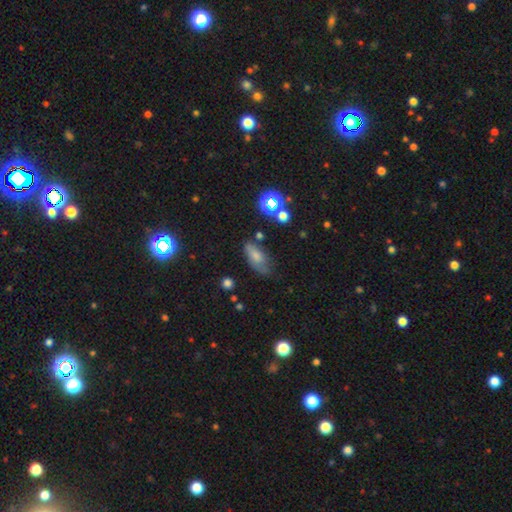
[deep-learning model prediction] This is likely a smooth galaxy (68%). How rounded: clearly in between (82%). Merging: possibly none (52%).